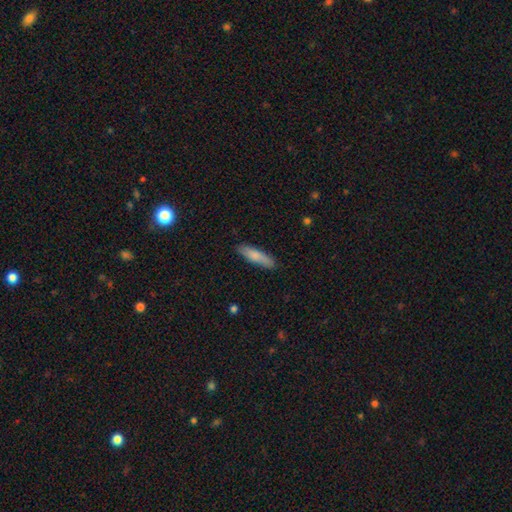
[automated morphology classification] smooth_or_featured: smooth (p=0.80) [alt: featured or disk p=0.14]
how_rounded: cigar-shaped (p=0.74) [alt: in between p=0.25]
merging: none (p=0.87) [alt: minor disturbance p=0.10]